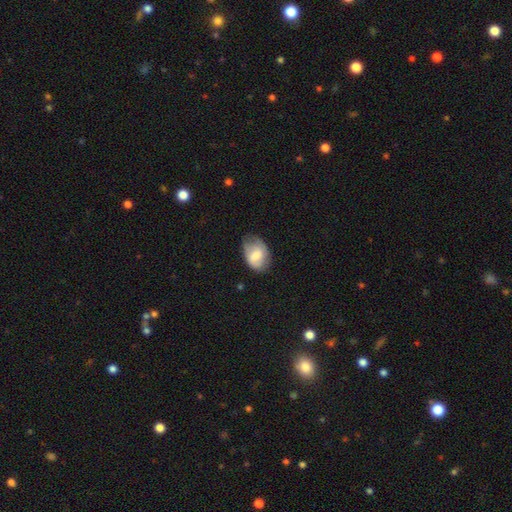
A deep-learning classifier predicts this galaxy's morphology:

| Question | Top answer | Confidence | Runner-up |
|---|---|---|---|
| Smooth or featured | smooth | 66% | featured or disk (27%) |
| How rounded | in between | 82% | round (17%) |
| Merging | none | 51% | minor disturbance (36%) |